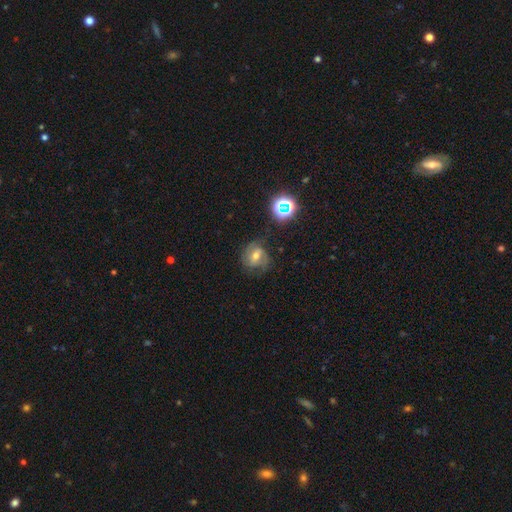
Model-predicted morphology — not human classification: A featured or disk galaxy (66%) with a weak bar (47%), 2 (66%) medium (46%) spiral arms (90%) and a moderate central bulge (66%).

Vote fractions:
- Smooth or featured? featured or disk: 66% / smooth: 19% / star or artifact: 15%
- Edge-on disk? no: 97% / yes: 3%
- Bar? weak: 47% / no: 30% / strong: 23%
- Spiral arms? yes: 90% / no: 10%
- Spiral winding? medium: 46% / tight: 38% / loose: 16%
- Spiral arm count? 2: 66% / can't tell: 16% / 3: 10% / 1: 5% / 4: 2% / more than 4: 2%
- Bulge size? moderate: 66% / small: 28% / large: 4% / none: 1% / dominant: 1%
- Merging? none: 68% / minor disturbance: 20% / major disturbance: 10% / merger: 2%